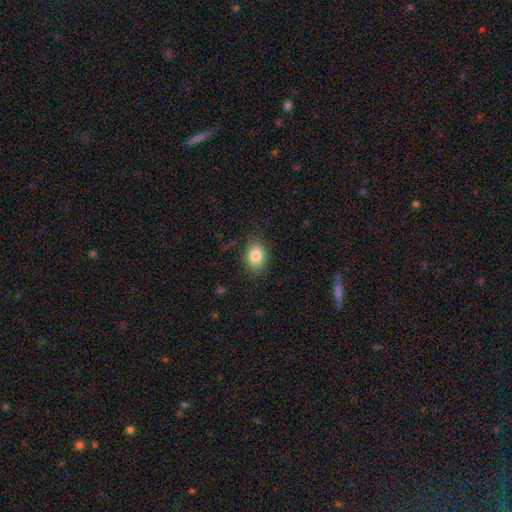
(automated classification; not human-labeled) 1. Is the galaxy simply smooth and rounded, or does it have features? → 83% smooth, 9% star or artifact, 8% featured or disk.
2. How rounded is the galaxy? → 76% in between, 23% round, 1% cigar-shaped.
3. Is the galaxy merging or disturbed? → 82% none, 14% minor disturbance, 4% major disturbance, 1% merger.